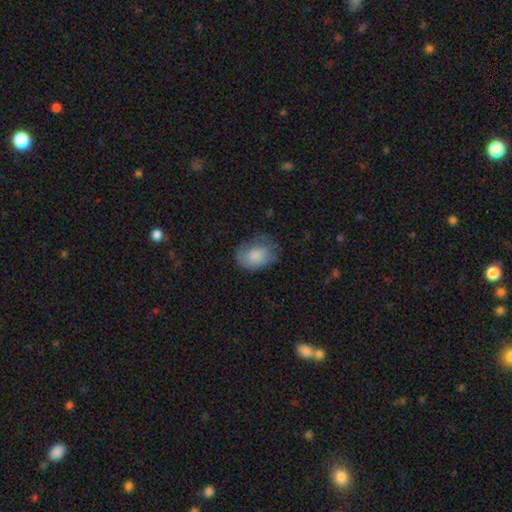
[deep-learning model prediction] smooth 78%, featured or disk 15%, star or artifact 7%. Down the decision tree: how rounded — in between (78%); merging — none (55%).